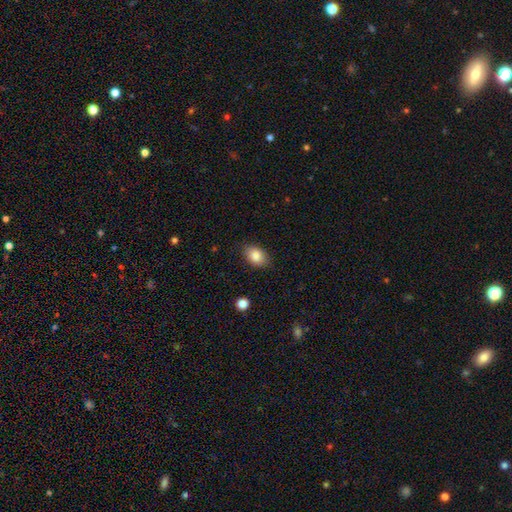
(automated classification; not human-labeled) Q: Smooth or featured?
A: smooth (85%); runner-up: star or artifact (8%)
Q: How rounded?
A: in between (78%); runner-up: round (21%)
Q: Merging?
A: none (84%); runner-up: minor disturbance (12%)